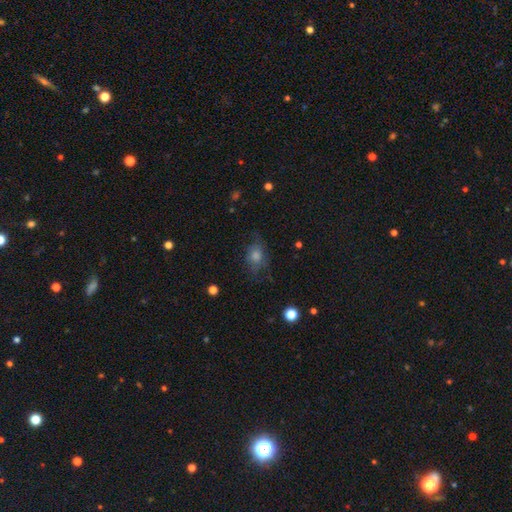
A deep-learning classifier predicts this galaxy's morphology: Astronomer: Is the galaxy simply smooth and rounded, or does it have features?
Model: smooth — 46% (runner-up: featured or disk, 32%).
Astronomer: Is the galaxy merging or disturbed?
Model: none — 63%.